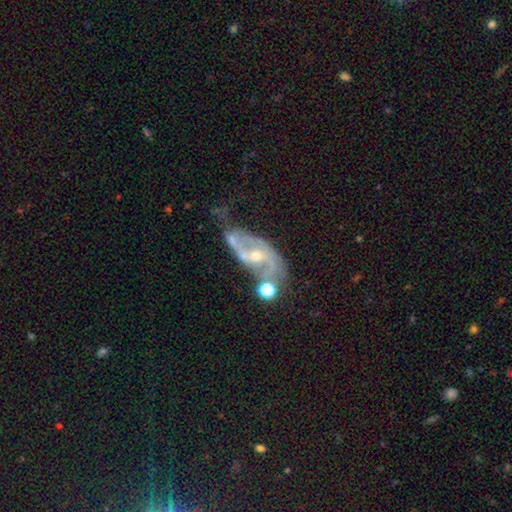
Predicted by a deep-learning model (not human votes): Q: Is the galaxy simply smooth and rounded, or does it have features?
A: featured or disk — 82%.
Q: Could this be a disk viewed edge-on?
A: no — 95%.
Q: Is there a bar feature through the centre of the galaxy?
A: no — 49%.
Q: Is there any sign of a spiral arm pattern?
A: yes — 87%.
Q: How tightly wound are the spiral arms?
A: medium — 45%.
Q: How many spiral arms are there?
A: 2 — 75%.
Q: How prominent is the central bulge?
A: small — 53%.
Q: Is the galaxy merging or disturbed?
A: none — 34%.